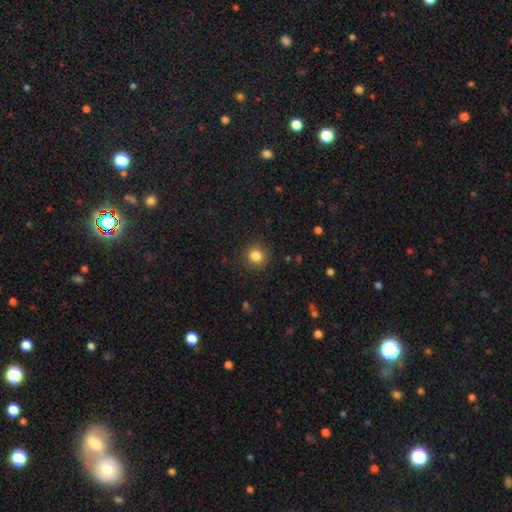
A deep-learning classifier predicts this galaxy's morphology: The model was most divided on "smooth or featured": smooth: 83%, star or artifact: 12%, featured or disk: 5%. More confident: how rounded — round (93%); merging — none (89%).